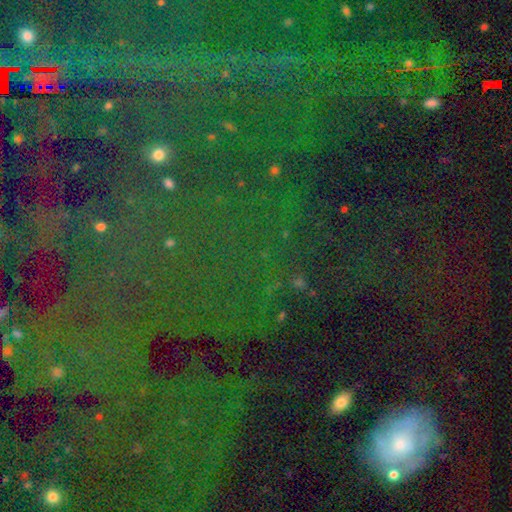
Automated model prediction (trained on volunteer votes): This is likely a star or artifact rather than a galaxy (77%).